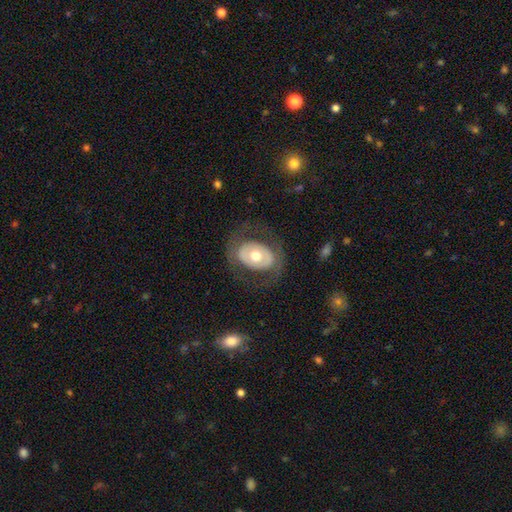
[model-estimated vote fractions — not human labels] Smooth or featured? featured or disk (53%)
Edge-on disk? no (93%)
Merging? none (75%)